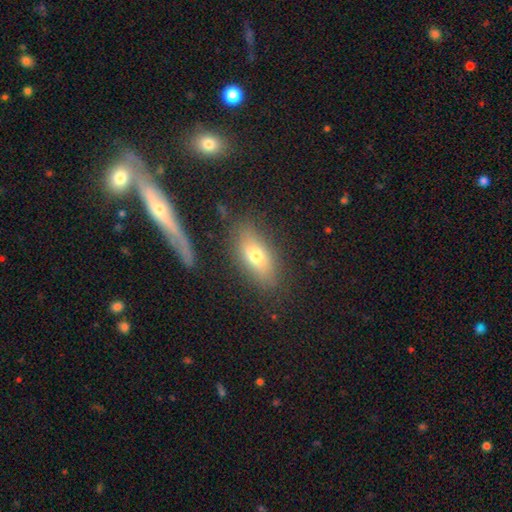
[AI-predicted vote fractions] smooth-or-featured: smooth: 67% | featured or disk: 24% | star or artifact: 9%
  how-rounded: in between: 81% | cigar-shaped: 12% | round: 7%
  merging: none: 78% | minor disturbance: 13% | major disturbance: 5% | merger: 3%